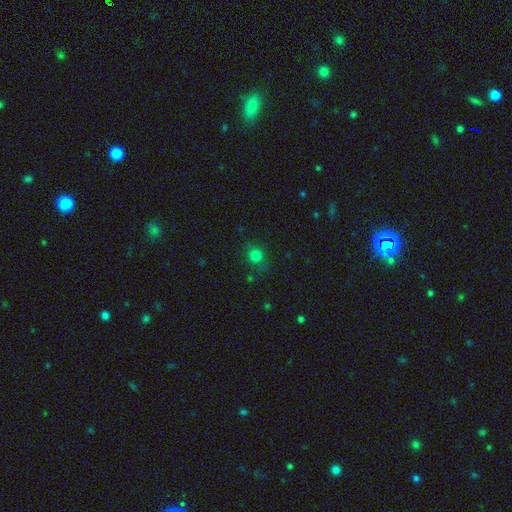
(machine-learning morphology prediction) Q: Smooth or featured?
A: smooth (78%); runner-up: star or artifact (17%)
Q: How rounded?
A: round (87%); runner-up: in between (12%)
Q: Merging?
A: none (77%); runner-up: minor disturbance (15%)